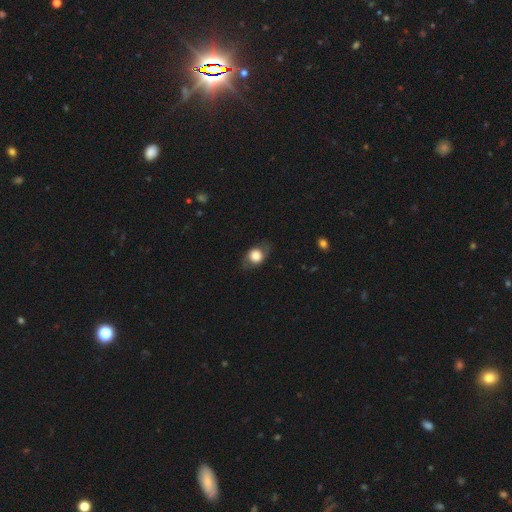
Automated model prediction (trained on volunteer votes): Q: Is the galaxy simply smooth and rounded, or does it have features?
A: smooth — 65%.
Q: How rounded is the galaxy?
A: round — 52%.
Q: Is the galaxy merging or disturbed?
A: none — 73%.